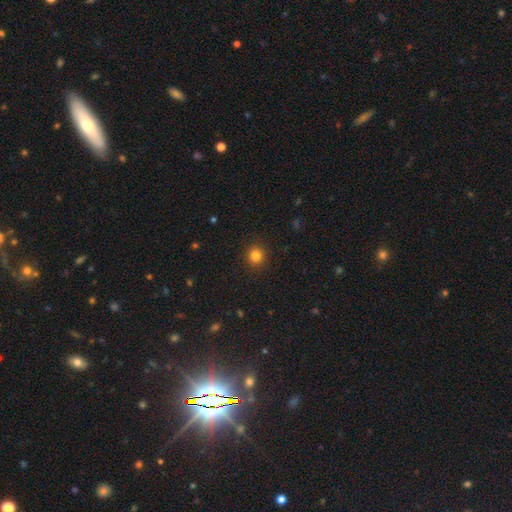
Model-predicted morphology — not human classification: Smooth or featured: smooth — 82% (star or artifact — 13%)
How rounded: round — 92% (in between — 7%)
Merging: none — 92% (minor disturbance — 5%)